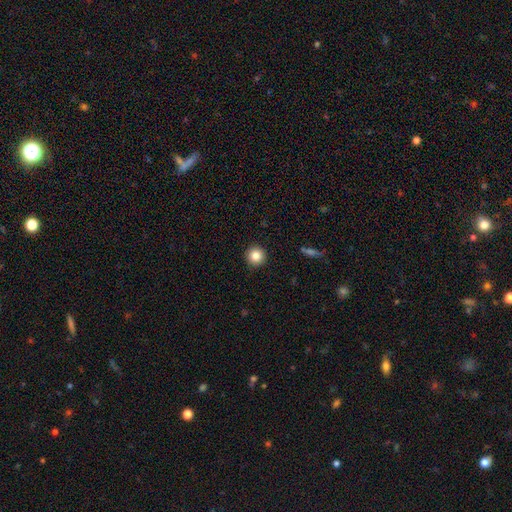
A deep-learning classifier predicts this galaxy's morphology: A smooth galaxy with no disk features (84%) that is round (96%).

Vote fractions:
- Smooth or featured? smooth: 84% / star or artifact: 10% / featured or disk: 6%
- How rounded? round: 96% / in between: 3% / cigar-shaped: 1%
- Merging? none: 92% / minor disturbance: 5% / major disturbance: 2% / merger: 1%